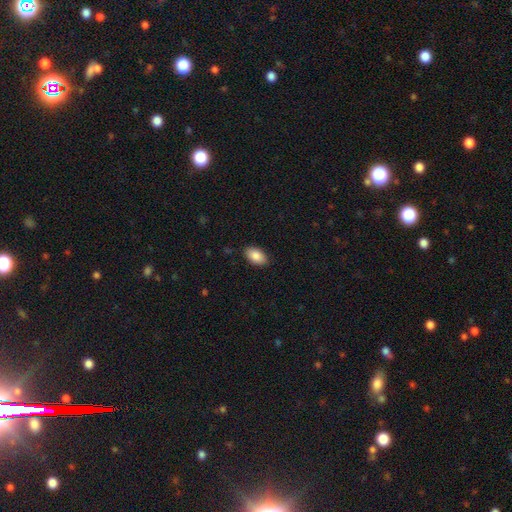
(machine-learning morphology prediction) type=smooth (87%); roundness=in between (94%); merging=none (87%).